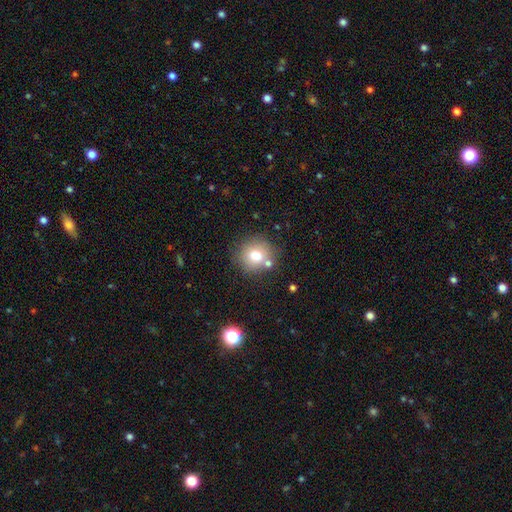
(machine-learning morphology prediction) A smooth galaxy with no disk features (75%) that is round (85%). Merging: none (74%).